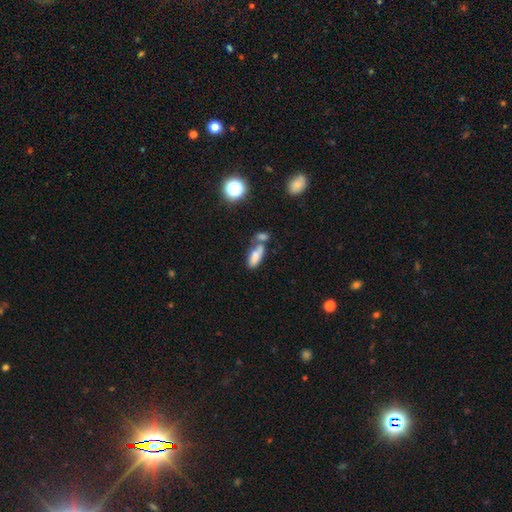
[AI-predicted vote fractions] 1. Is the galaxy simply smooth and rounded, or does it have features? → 75% smooth, 14% featured or disk, 10% star or artifact.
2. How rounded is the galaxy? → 79% in between, 17% cigar-shaped, 3% round.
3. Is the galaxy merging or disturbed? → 48% merger, 32% none, 13% minor disturbance, 7% major disturbance.